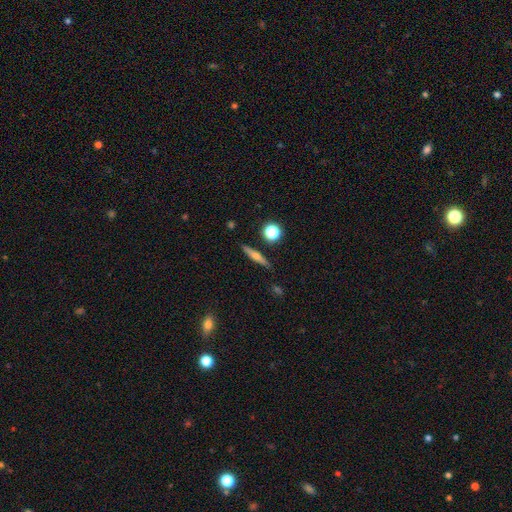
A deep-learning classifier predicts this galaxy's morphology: Smooth or featured? featured or disk (48%)
Merging? none (86%)